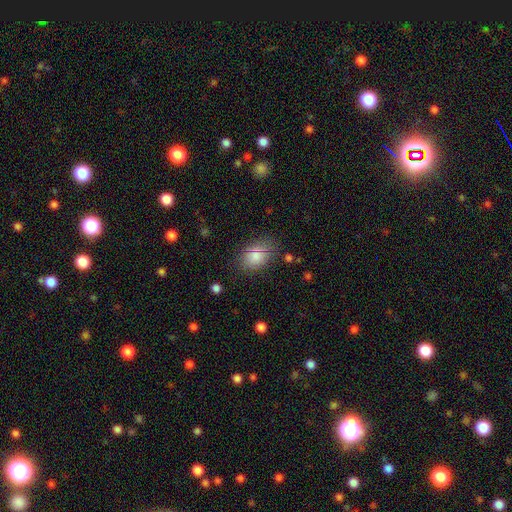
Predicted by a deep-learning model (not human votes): The model was most divided on "merging": none: 76%, minor disturbance: 17%, major disturbance: 5%, merger: 2%. More confident: how rounded — in between (80%); smooth or featured — smooth (80%).